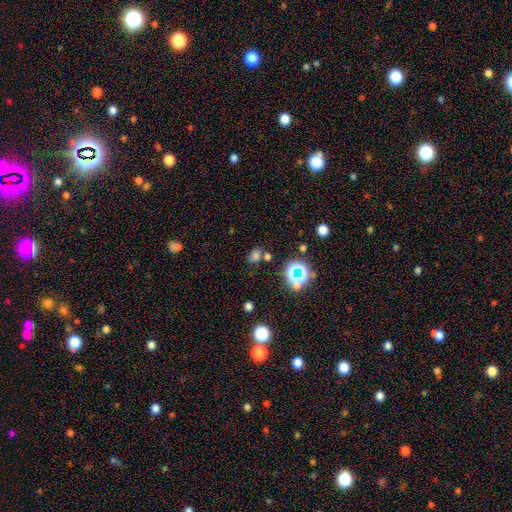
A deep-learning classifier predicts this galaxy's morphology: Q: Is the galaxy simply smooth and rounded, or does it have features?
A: smooth — 62%.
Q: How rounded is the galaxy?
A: in between — 52%.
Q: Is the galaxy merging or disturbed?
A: none — 67%.